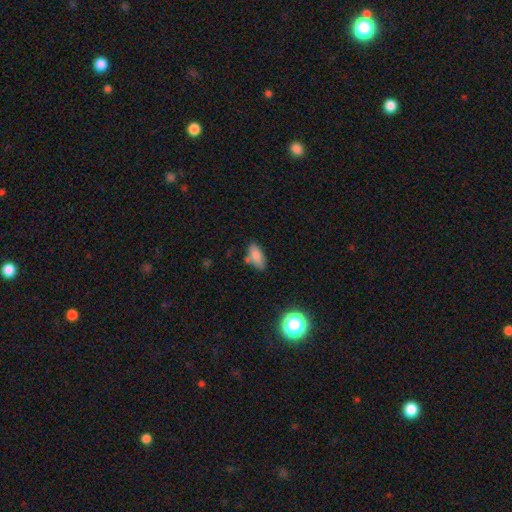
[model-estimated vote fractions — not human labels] smooth 82%, star or artifact 10%, featured or disk 9%. Down the decision tree: how rounded — in between (86%); merging — none (69%).